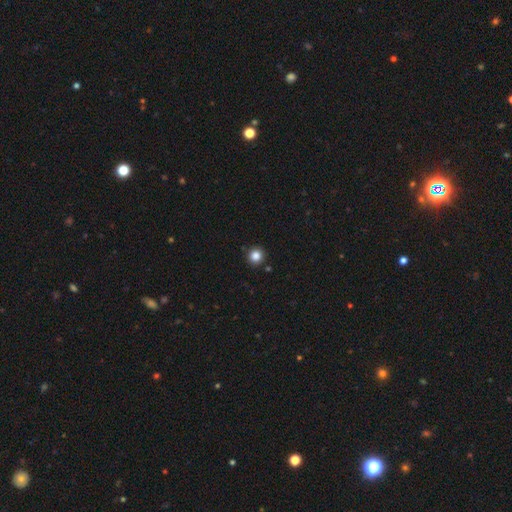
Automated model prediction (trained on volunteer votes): smooth_or_featured: smooth (p=0.85) [alt: star or artifact p=0.12]
how_rounded: round (p=0.95) [alt: in between p=0.04]
merging: none (p=0.91) [alt: minor disturbance p=0.05]